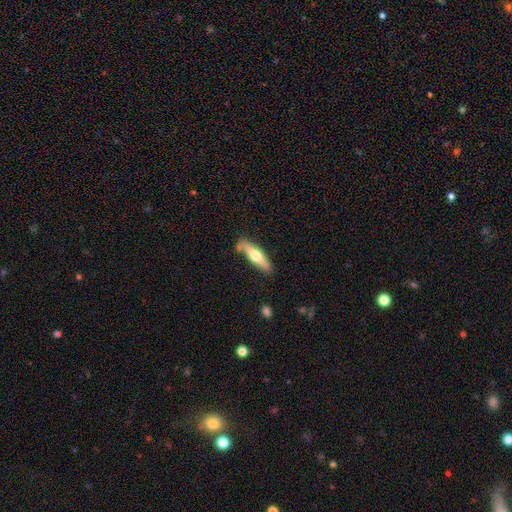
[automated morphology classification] This appears to be a smooth galaxy with no disk features (48%). Merging: none (77%).